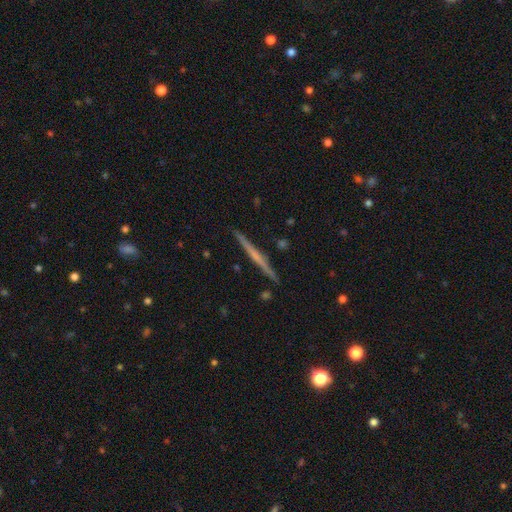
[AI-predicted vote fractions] Smooth or featured? Predicted: featured or disk (p=0.65). Edge-on disk? Predicted: yes (p=0.98). Edge-on bulge? Predicted: none (p=0.64). Merging? Predicted: none (p=0.92).